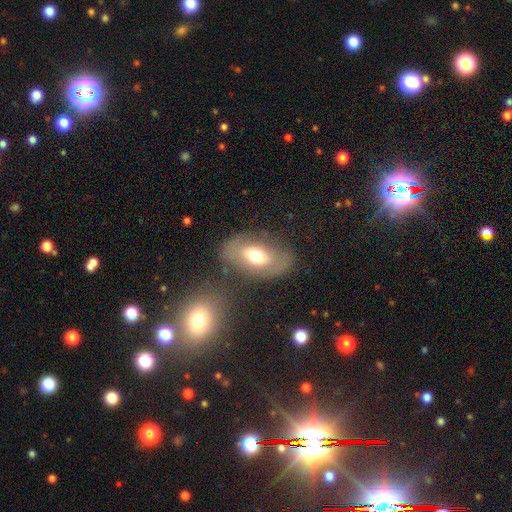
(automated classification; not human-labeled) Overall: smooth (52%; featured or disk 39%). How rounded: in between (89%). Merging: none (67%).